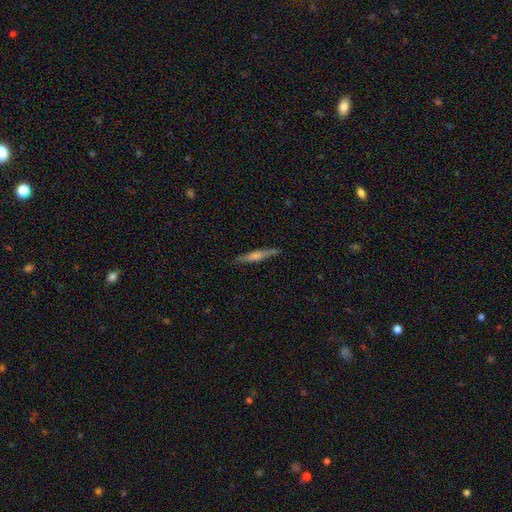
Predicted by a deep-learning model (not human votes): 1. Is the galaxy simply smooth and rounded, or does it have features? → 62% featured or disk, 31% smooth, 7% star or artifact.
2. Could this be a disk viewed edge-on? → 97% yes, 3% no.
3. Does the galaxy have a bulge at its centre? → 69% rounded, 16% boxy, 15% none.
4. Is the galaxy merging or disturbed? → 88% none, 9% minor disturbance, 2% major disturbance, 1% merger.